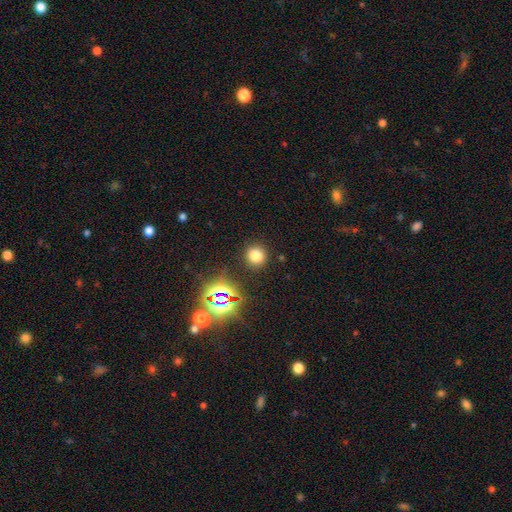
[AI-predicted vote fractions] Q: Smooth or featured?
A: smooth (71%); runner-up: star or artifact (22%)
Q: How rounded?
A: round (89%); runner-up: in between (10%)
Q: Merging?
A: none (88%); runner-up: minor disturbance (7%)